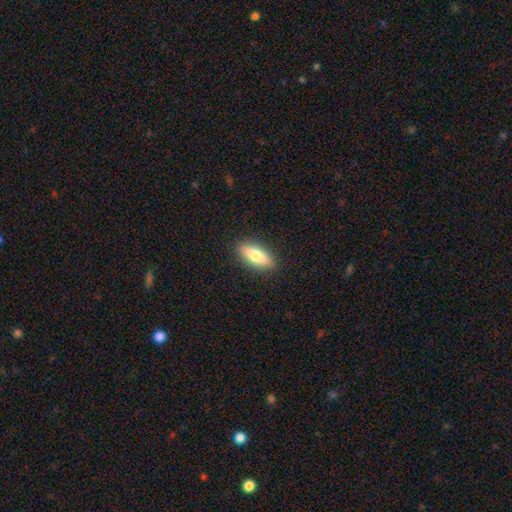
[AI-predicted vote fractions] Smooth or featured? smooth (70%)
How rounded? in between (69%)
Merging? none (89%)